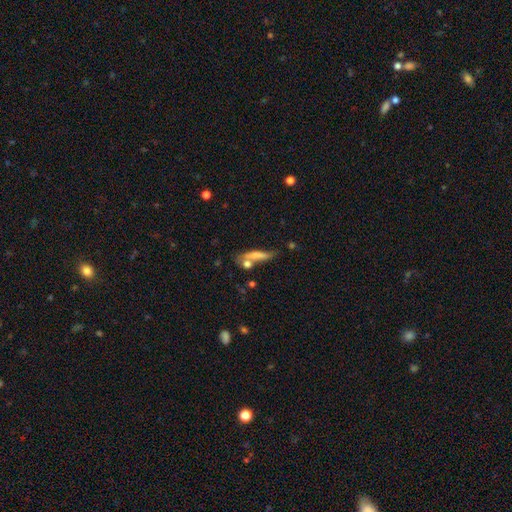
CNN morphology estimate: A smooth galaxy with no disk features (66%) that is cigar-shaped (77%). Merging: none (50%).